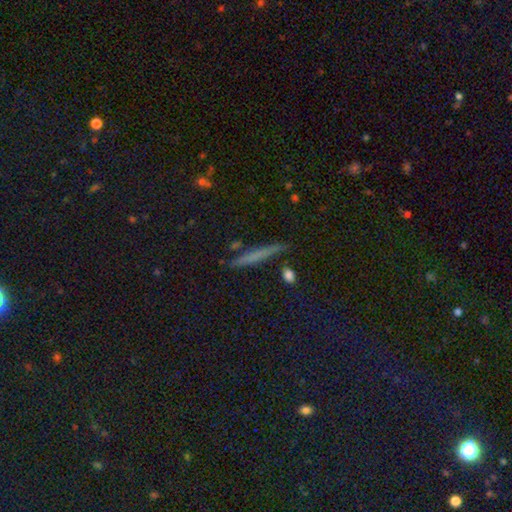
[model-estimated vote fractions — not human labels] This appears to be a smooth galaxy with no disk features (54%) that is cigar-shaped (94%). Merging: none (85%).